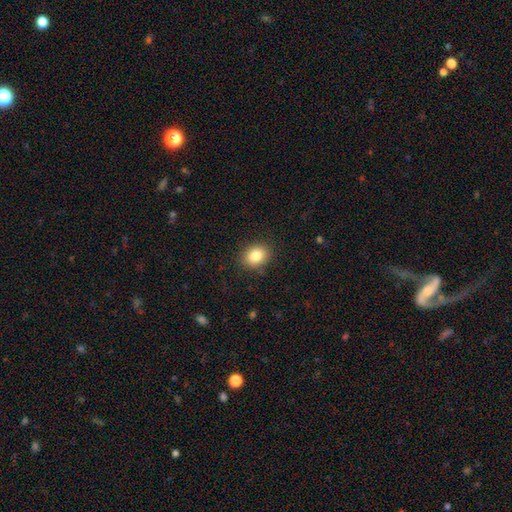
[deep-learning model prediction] Smooth or featured? Predicted: smooth (p=0.84). How rounded? Predicted: round (p=0.52). Merging? Predicted: none (p=0.87).